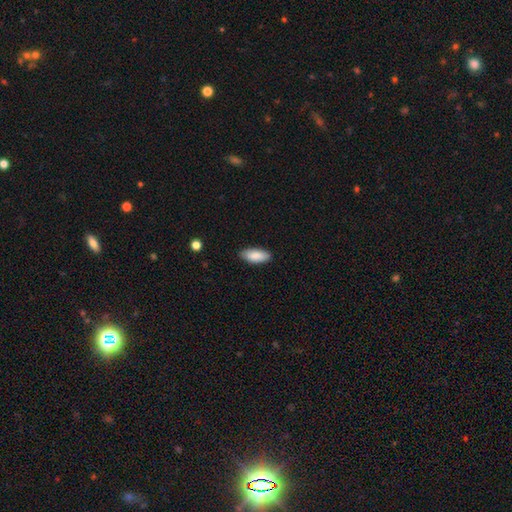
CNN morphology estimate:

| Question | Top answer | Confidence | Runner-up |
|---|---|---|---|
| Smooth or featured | smooth | 88% | featured or disk (6%) |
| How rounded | in between | 83% | cigar-shaped (15%) |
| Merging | none | 86% | minor disturbance (11%) |